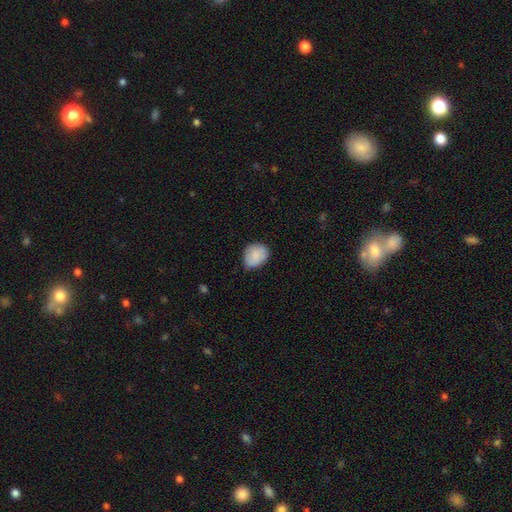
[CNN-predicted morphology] Smooth or featured?
  - smooth: 84% *
  - featured or disk: 9%
  - star or artifact: 7%
How rounded?
  - round: 54% *
  - in between: 45%
  - cigar-shaped: 1%
Merging?
  - none: 64% *
  - minor disturbance: 30%
  - major disturbance: 5%
  - merger: 1%